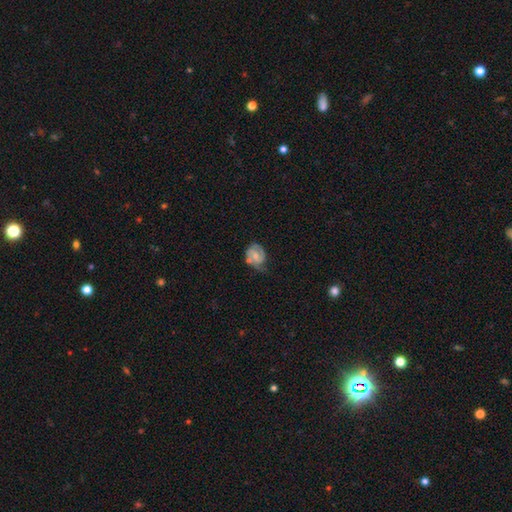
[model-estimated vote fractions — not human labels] Q: Smooth or featured?
A: featured or disk (65%); runner-up: smooth (29%)
Q: Edge-on disk?
A: no (98%); runner-up: yes (2%)
Q: Bar?
A: no (46%); runner-up: weak (44%)
Q: Spiral arms?
A: yes (87%); runner-up: no (13%)
Q: Spiral winding?
A: tight (45%); runner-up: medium (40%)
Q: Spiral arm count?
A: 2 (65%); runner-up: 1 (16%)
Q: Bulge size?
A: small (43%); runner-up: moderate (40%)
Q: Merging?
A: none (44%); runner-up: minor disturbance (31%)